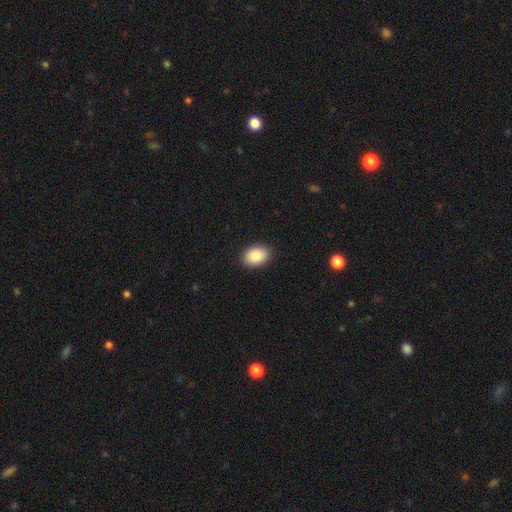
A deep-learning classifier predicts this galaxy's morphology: A smooth galaxy with no disk features (87%) that is in between round and cigar-shaped (82%).

Vote fractions:
- Smooth or featured? smooth: 87% / star or artifact: 7% / featured or disk: 6%
- How rounded? in between: 82% / round: 17% / cigar-shaped: 1%
- Merging? none: 90% / minor disturbance: 7% / major disturbance: 2% / merger: 1%